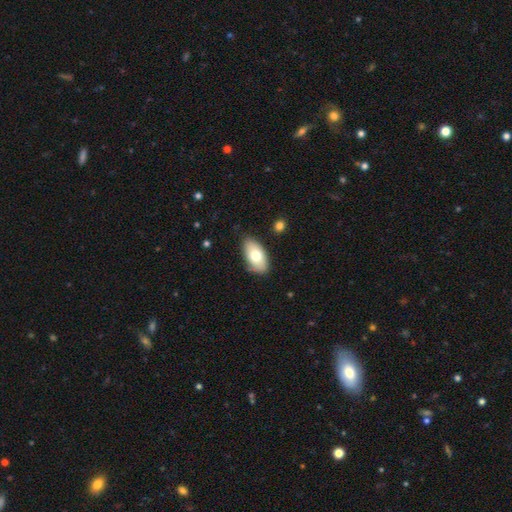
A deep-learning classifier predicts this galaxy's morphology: Q: Smooth or featured?
A: smooth (72%); runner-up: featured or disk (22%)
Q: How rounded?
A: in between (94%); runner-up: round (4%)
Q: Merging?
A: none (82%); runner-up: minor disturbance (14%)